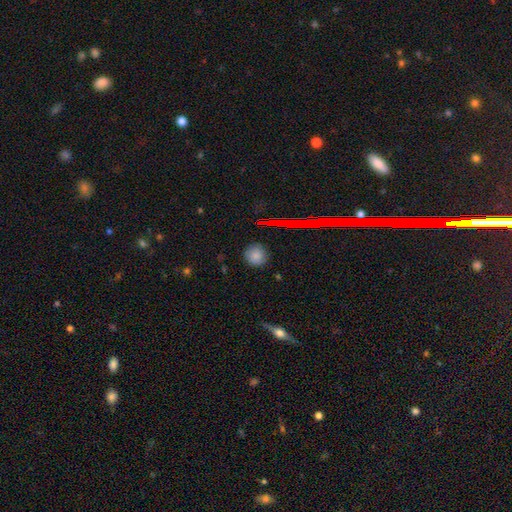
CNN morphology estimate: A smooth galaxy with no disk features (80%) that is round (90%).

Vote fractions:
- Smooth or featured? smooth: 80% / star or artifact: 13% / featured or disk: 7%
- How rounded? round: 90% / in between: 9% / cigar-shaped: 1%
- Merging? none: 86% / minor disturbance: 10% / major disturbance: 2% / merger: 1%